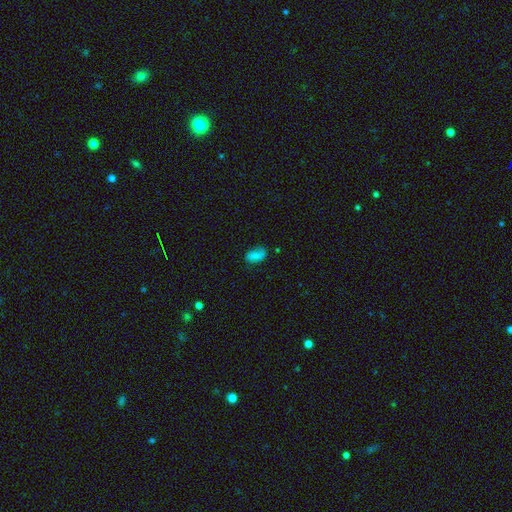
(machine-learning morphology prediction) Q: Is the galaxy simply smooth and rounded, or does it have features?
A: smooth — 74%.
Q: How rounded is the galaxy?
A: in between — 90%.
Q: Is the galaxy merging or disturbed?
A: none — 68%.